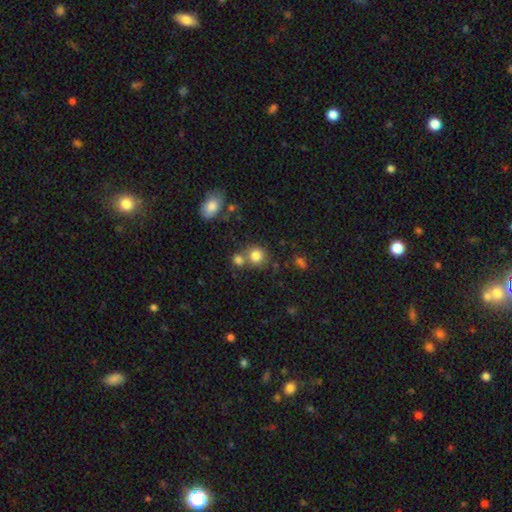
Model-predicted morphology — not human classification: Smooth or featured?
  - smooth: 81% *
  - star or artifact: 11%
  - featured or disk: 8%
How rounded?
  - round: 82% *
  - in between: 17%
  - cigar-shaped: 1%
Merging?
  - none: 55% *
  - merger: 32%
  - minor disturbance: 9%
  - major disturbance: 4%